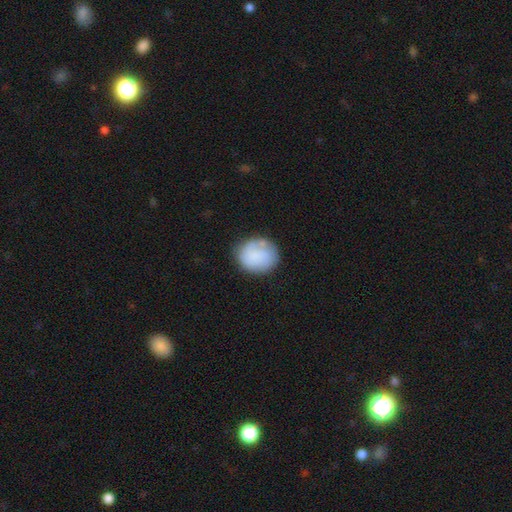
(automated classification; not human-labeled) smooth 78%, featured or disk 15%, star or artifact 7%. Down the decision tree: how rounded — round (75%); merging — none (69%).